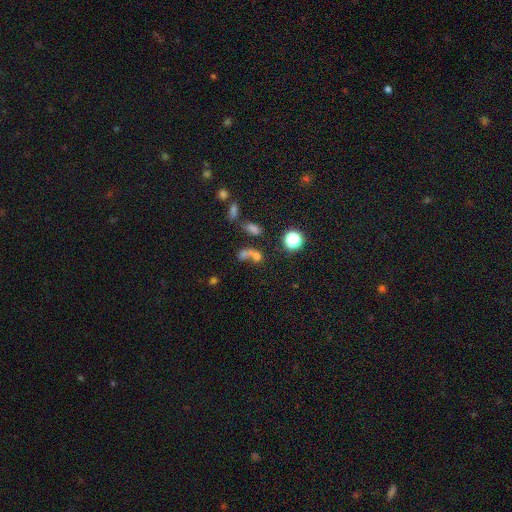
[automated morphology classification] smooth-or-featured: smooth: 61% | star or artifact: 25% | featured or disk: 15%
  how-rounded: round: 56% | in between: 40% | cigar-shaped: 4%
  merging: merger: 51% | none: 31% | major disturbance: 10% | minor disturbance: 9%